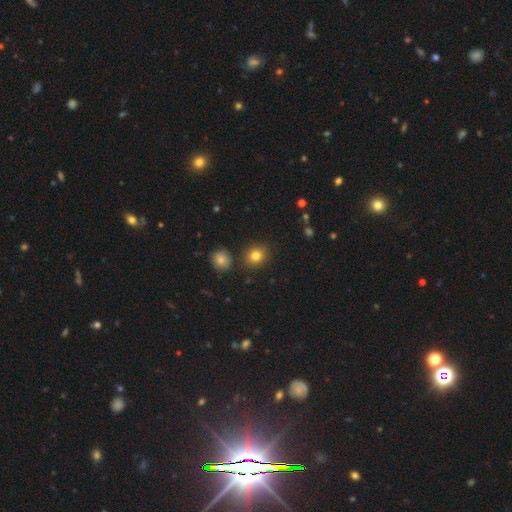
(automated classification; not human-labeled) Q: Smooth or featured?
A: smooth (82%); runner-up: star or artifact (11%)
Q: How rounded?
A: round (68%); runner-up: in between (31%)
Q: Merging?
A: none (84%); runner-up: minor disturbance (9%)